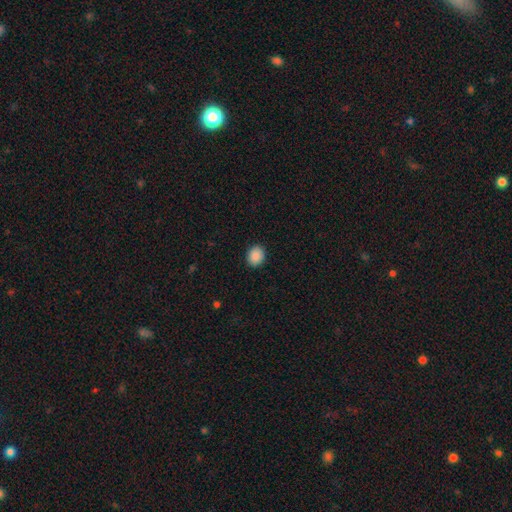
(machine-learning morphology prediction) Smooth or featured?
  - smooth: 89% *
  - star or artifact: 8%
  - featured or disk: 3%
How rounded?
  - round: 68% *
  - in between: 31%
  - cigar-shaped: 1%
Merging?
  - none: 91% *
  - minor disturbance: 6%
  - major disturbance: 2%
  - merger: 1%